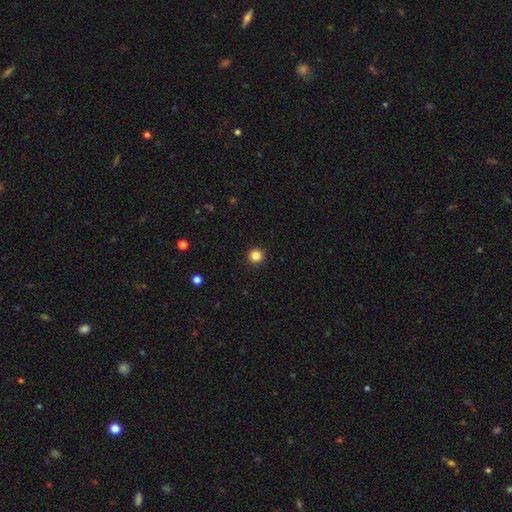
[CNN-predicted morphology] smooth 85%, star or artifact 12%, featured or disk 4%. Down the decision tree: how rounded — round (96%); merging — none (94%).